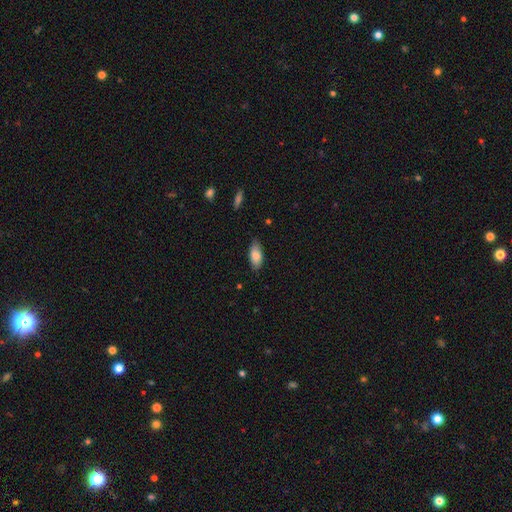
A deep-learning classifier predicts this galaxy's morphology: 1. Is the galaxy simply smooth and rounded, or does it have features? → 82% smooth, 12% featured or disk, 6% star or artifact.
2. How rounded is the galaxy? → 88% in between, 9% cigar-shaped, 2% round.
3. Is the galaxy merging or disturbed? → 80% none, 16% minor disturbance, 2% major disturbance, 1% merger.